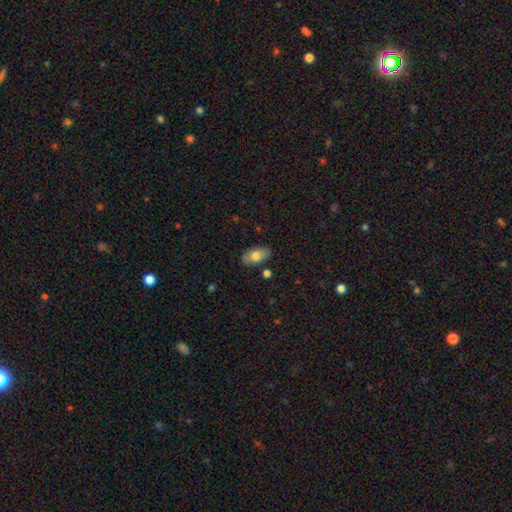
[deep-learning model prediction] Q: Smooth or featured?
A: smooth (71%); runner-up: featured or disk (22%)
Q: How rounded?
A: in between (92%); runner-up: round (4%)
Q: Merging?
A: none (85%); runner-up: minor disturbance (11%)